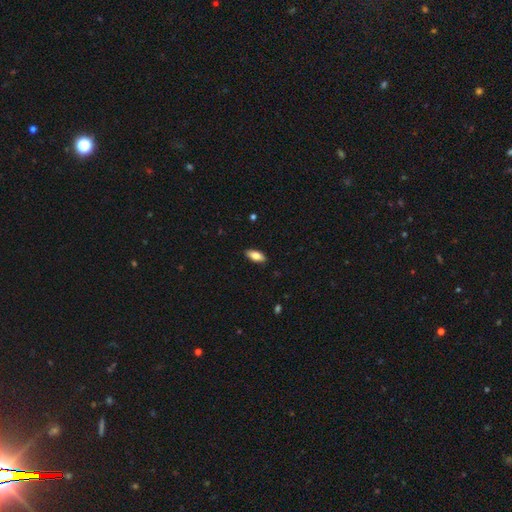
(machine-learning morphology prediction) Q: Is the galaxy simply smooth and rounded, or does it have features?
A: smooth — 79%.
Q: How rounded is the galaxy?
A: in between — 84%.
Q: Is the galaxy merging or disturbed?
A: none — 89%.